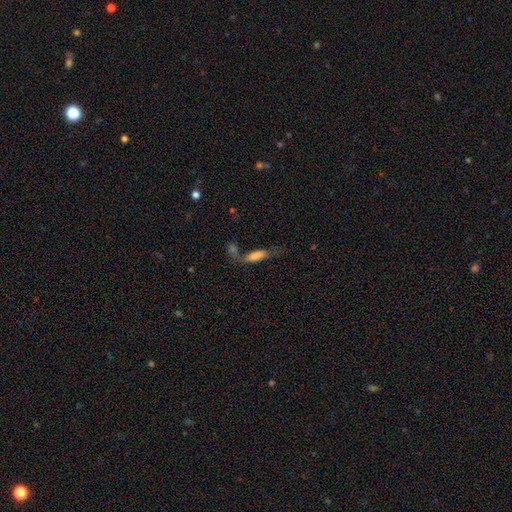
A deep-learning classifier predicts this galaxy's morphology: Smooth or featured? Predicted: smooth (p=0.67). How rounded? Predicted: cigar-shaped (p=0.50). Merging? Predicted: none (p=0.38).